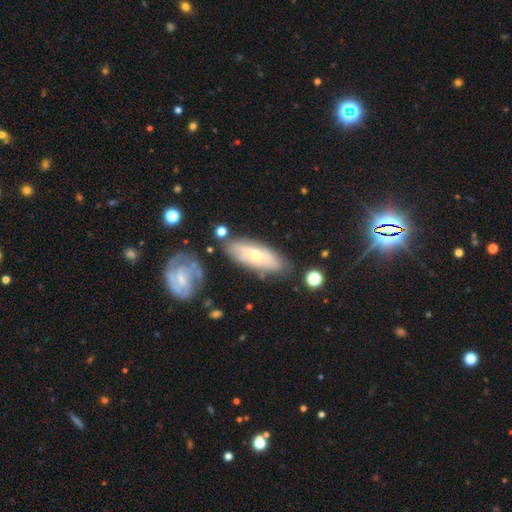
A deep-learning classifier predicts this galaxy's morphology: Smooth or featured: featured or disk — 53% (smooth — 41%)
Edge-on disk: no — 76% (yes — 24%)
Merging: none — 74% (minor disturbance — 16%)